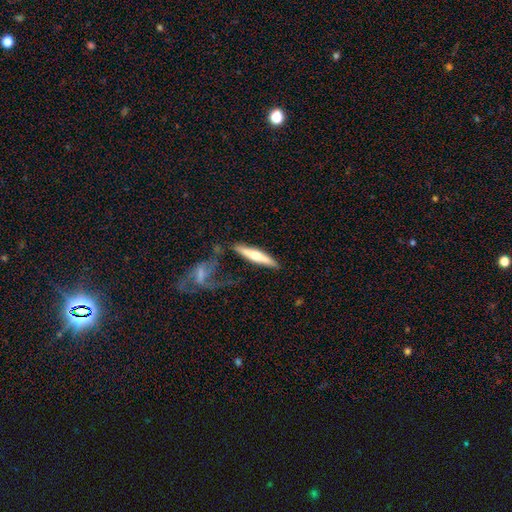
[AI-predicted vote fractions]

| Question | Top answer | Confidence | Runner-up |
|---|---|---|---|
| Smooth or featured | smooth | 49% | featured or disk (46%) |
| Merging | none | 77% | minor disturbance (13%) |